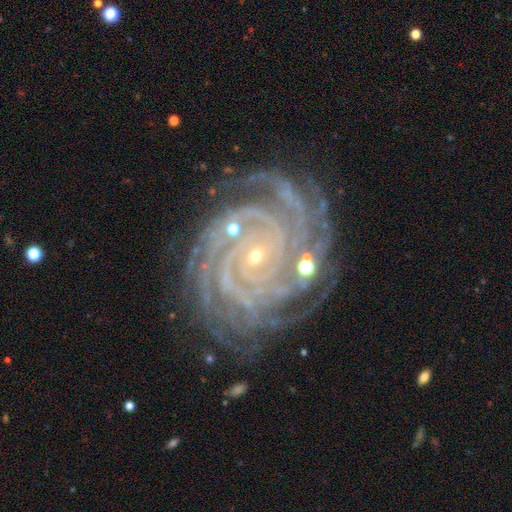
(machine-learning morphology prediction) type=featured or disk (92%); edge-on=no (98%); bar=no (65%); spiral arms=yes (99%); winding=tight (86%); arm count=more than 4 (35%); bulge=small (86%); merging=none (79%).